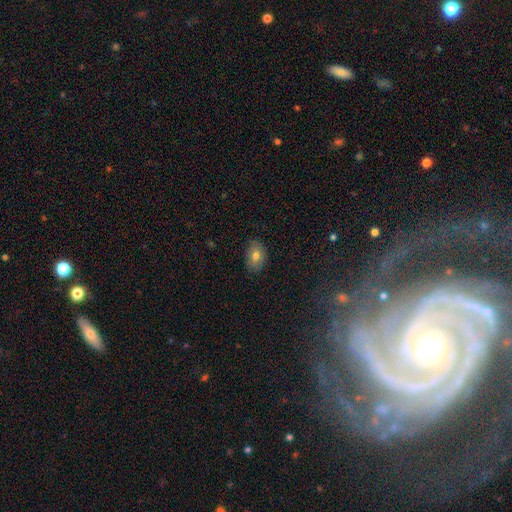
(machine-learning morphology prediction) Q: Smooth or featured?
A: smooth (77%); runner-up: featured or disk (14%)
Q: How rounded?
A: in between (83%); runner-up: round (16%)
Q: Merging?
A: none (86%); runner-up: minor disturbance (11%)